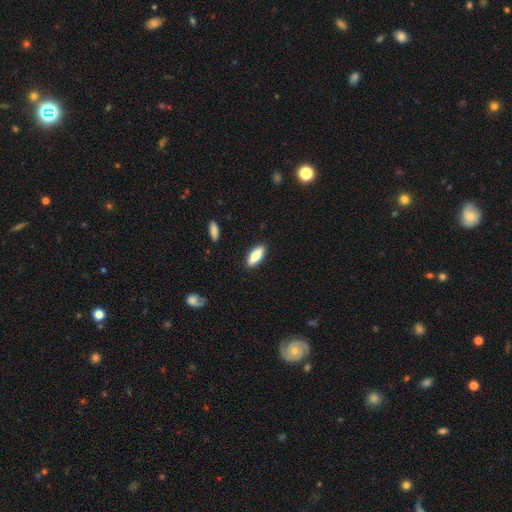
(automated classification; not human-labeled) A smooth galaxy with no disk features (73%) that is in between round and cigar-shaped (67%).

Vote fractions:
- Smooth or featured? smooth: 73% / featured or disk: 21% / star or artifact: 6%
- How rounded? in between: 67% / cigar-shaped: 31% / round: 2%
- Merging? none: 89% / minor disturbance: 8% / major disturbance: 2% / merger: 1%